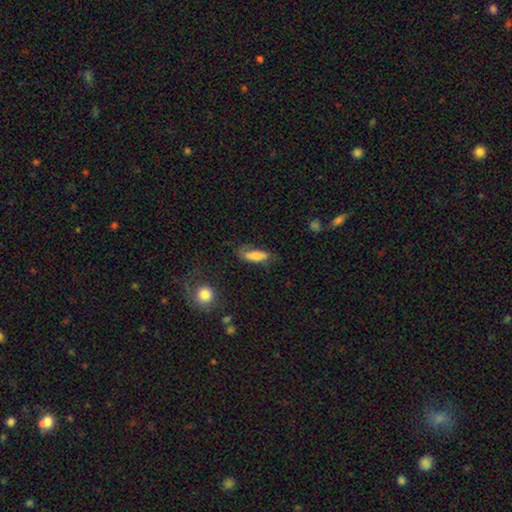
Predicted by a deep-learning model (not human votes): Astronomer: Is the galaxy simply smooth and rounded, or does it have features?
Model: smooth — 75%.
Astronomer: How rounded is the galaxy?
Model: in between — 61%.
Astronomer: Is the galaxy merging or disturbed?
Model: none — 55%.